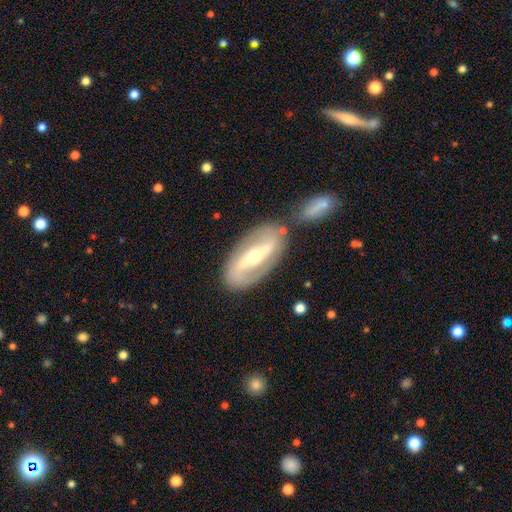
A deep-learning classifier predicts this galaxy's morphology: A featured or disk galaxy (82%) with a strong bar (51%), 2 (88%) medium (41%) spiral arms (86%) and a moderate central bulge (55%).

Vote fractions:
- Smooth or featured? featured or disk: 82% / smooth: 12% / star or artifact: 5%
- Edge-on disk? no: 92% / yes: 8%
- Bar? strong: 51% / weak: 28% / no: 20%
- Spiral arms? yes: 86% / no: 14%
- Spiral winding? medium: 41% / loose: 33% / tight: 27%
- Spiral arm count? 2: 88% / can't tell: 7% / 1: 2% / 3: 1% / 4: 1% / more than 4: 1%
- Bulge size? moderate: 55% / small: 41% / large: 2% / dominant: 1% / none: 1%
- Merging? none: 75% / minor disturbance: 12% / merger: 9% / major disturbance: 4%